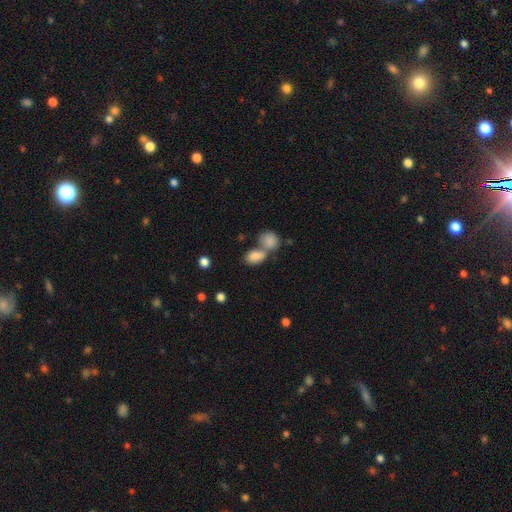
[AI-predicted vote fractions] Q: Smooth or featured?
A: smooth (85%); runner-up: star or artifact (8%)
Q: How rounded?
A: in between (81%); runner-up: round (18%)
Q: Merging?
A: merger (59%); runner-up: none (29%)